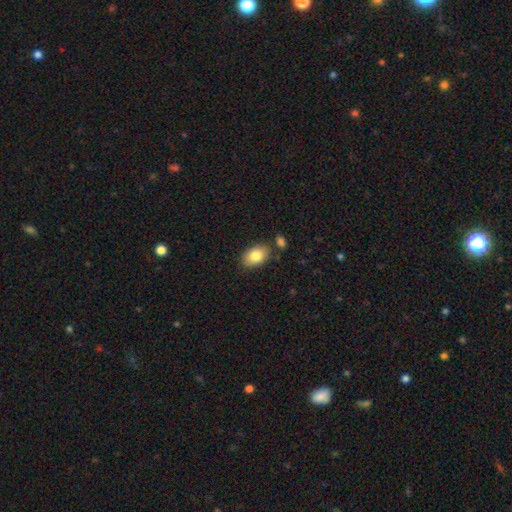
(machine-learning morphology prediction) Smooth or featured? smooth (83%)
How rounded? in between (85%)
Merging? none (75%)